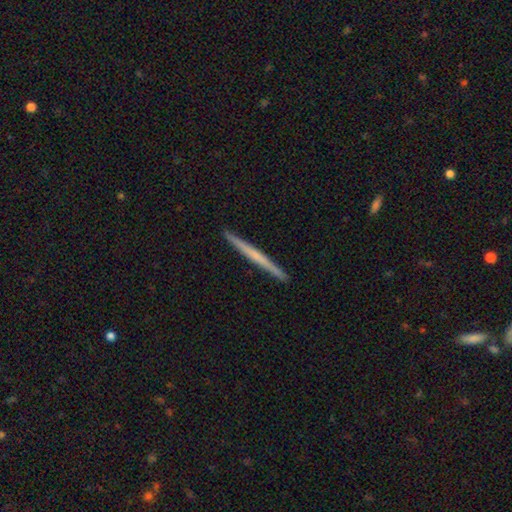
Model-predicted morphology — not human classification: A featured or disk galaxy (52%) viewed edge-on (98%) with no central bulge (78%). Merging: none (93%).